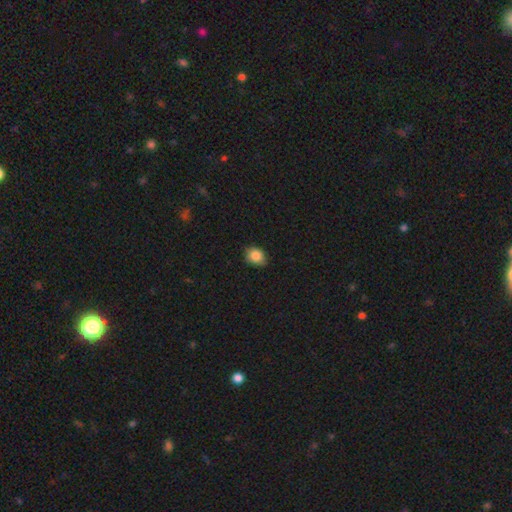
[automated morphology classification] smooth_or_featured: smooth (p=0.86) [alt: star or artifact p=0.09]
how_rounded: in between (p=0.51) [alt: round p=0.48]
merging: none (p=0.80) [alt: minor disturbance p=0.17]